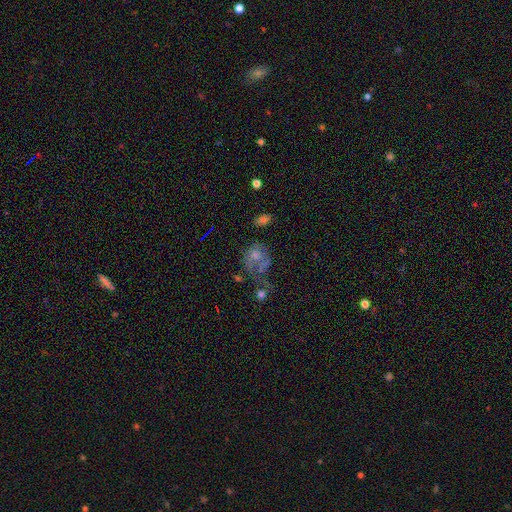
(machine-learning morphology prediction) type=featured or disk (43%, tied with smooth); merging=major disturbance (42%).